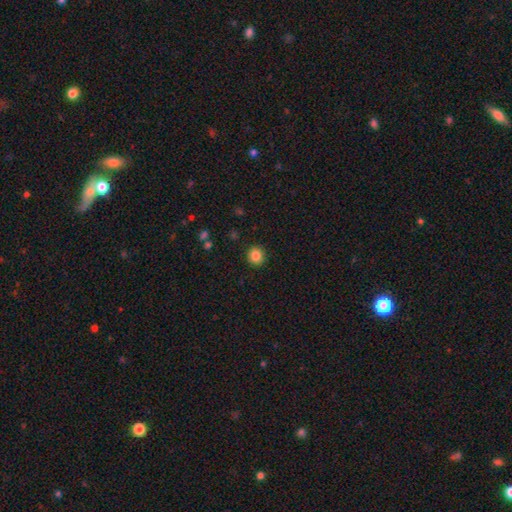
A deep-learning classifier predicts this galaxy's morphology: smooth 86%, star or artifact 10%, featured or disk 4%. Down the decision tree: how rounded — round (88%); merging — none (92%).